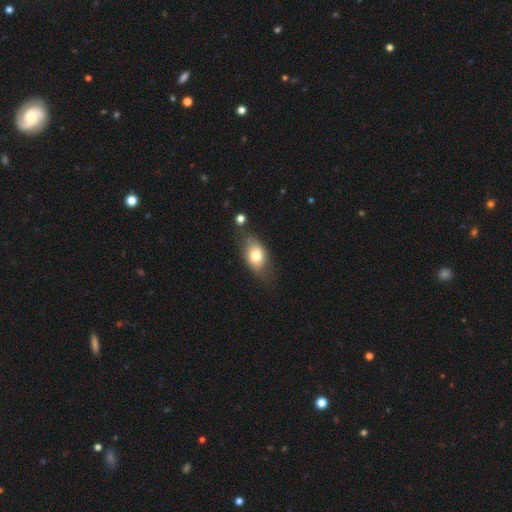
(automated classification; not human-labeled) Q: Smooth or featured?
A: smooth (72%); runner-up: featured or disk (20%)
Q: How rounded?
A: in between (81%); runner-up: round (17%)
Q: Merging?
A: none (61%); runner-up: minor disturbance (24%)